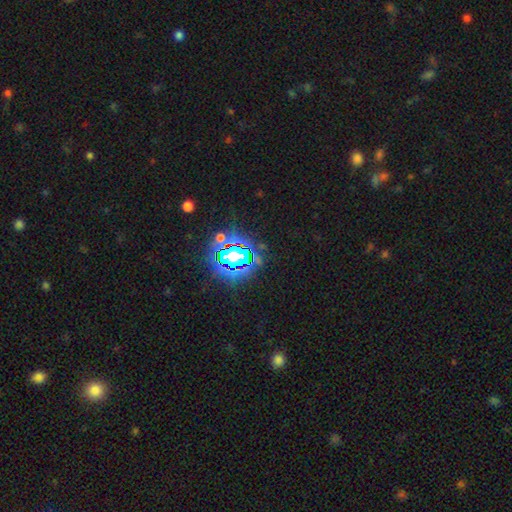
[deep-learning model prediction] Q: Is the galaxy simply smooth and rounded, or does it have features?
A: star or artifact — 77%.